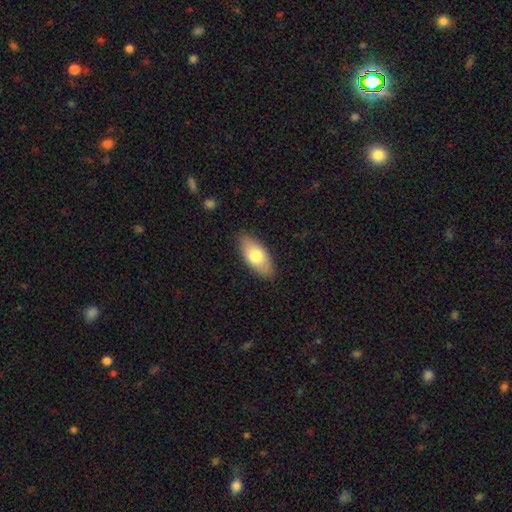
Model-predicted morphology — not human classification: A smooth galaxy with no disk features (74%) that is in between round and cigar-shaped (88%).

Vote fractions:
- Smooth or featured? smooth: 74% / featured or disk: 20% / star or artifact: 6%
- How rounded? in between: 88% / cigar-shaped: 9% / round: 3%
- Merging? none: 86% / minor disturbance: 11% / major disturbance: 2% / merger: 1%